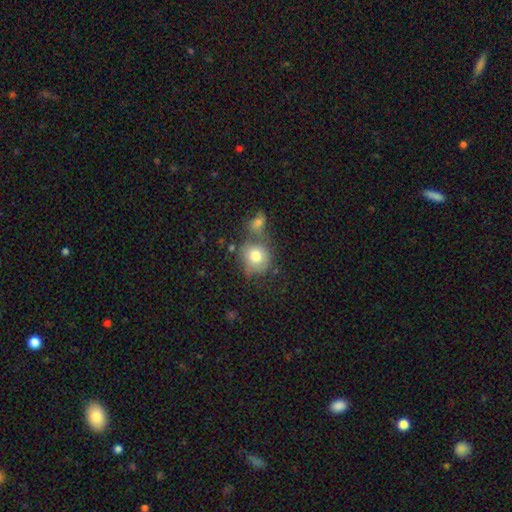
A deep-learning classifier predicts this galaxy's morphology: The model was most divided on "merging": none: 47%, merger: 30%, minor disturbance: 15%, major disturbance: 7%. More confident: how rounded — round (82%); smooth or featured — smooth (76%).